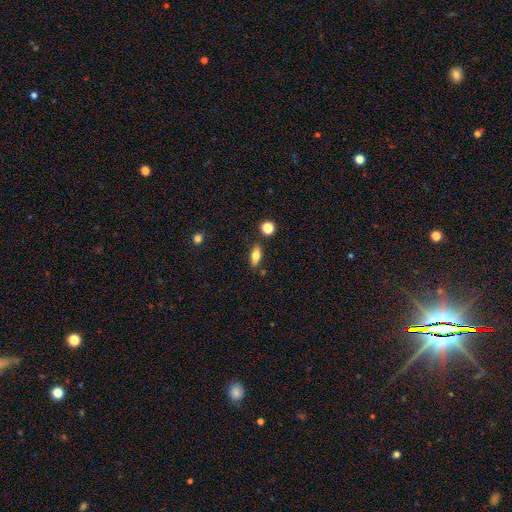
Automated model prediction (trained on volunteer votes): Overall: smooth (63%; featured or disk 28%). How rounded: in between (68%). Merging: none (83%).